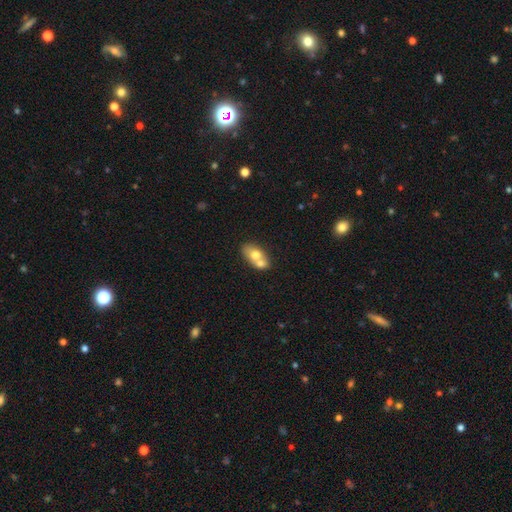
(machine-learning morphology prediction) Q: Smooth or featured?
A: smooth (66%); runner-up: featured or disk (26%)
Q: How rounded?
A: in between (76%); runner-up: round (22%)
Q: Merging?
A: merger (60%); runner-up: none (28%)